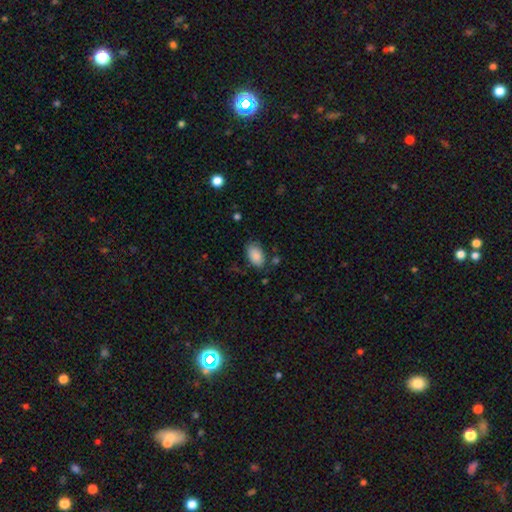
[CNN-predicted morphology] This appears to be a smooth galaxy with no disk features (87%) that is in between round and cigar-shaped (93%). Merging: none (71%).